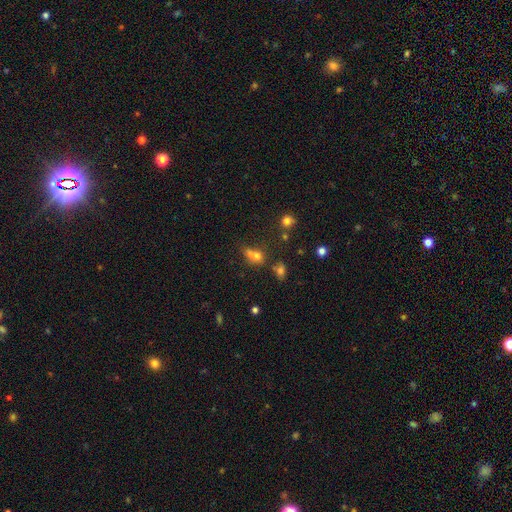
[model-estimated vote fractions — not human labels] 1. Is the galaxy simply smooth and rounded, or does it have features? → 67% smooth, 19% star or artifact, 14% featured or disk.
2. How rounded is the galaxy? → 49% round, 48% in between, 4% cigar-shaped.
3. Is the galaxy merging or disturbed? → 42% merger, 33% none, 15% minor disturbance, 10% major disturbance.